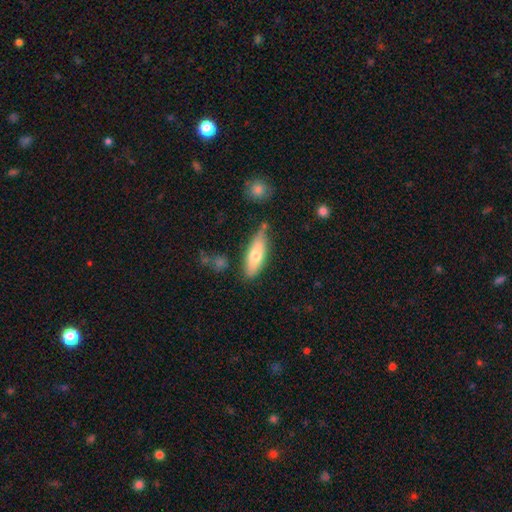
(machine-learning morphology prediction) This appears to be a smooth galaxy with no disk features (68%) that is in between round and cigar-shaped (59%). Merging: none (69%).